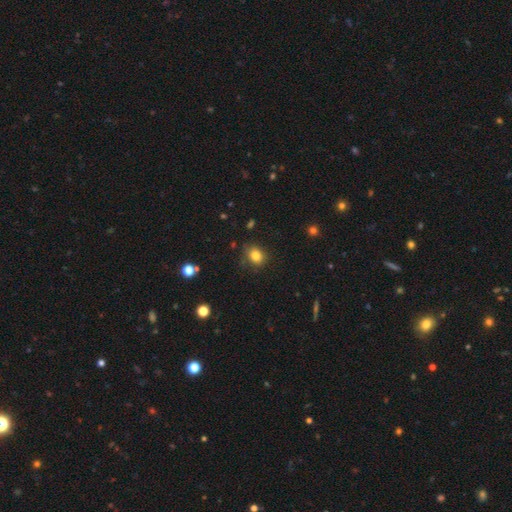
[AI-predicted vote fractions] Smooth or featured?
  - smooth: 82% *
  - star or artifact: 12%
  - featured or disk: 7%
How rounded?
  - round: 52% *
  - in between: 47%
  - cigar-shaped: 1%
Merging?
  - none: 78% *
  - minor disturbance: 16%
  - major disturbance: 4%
  - merger: 2%